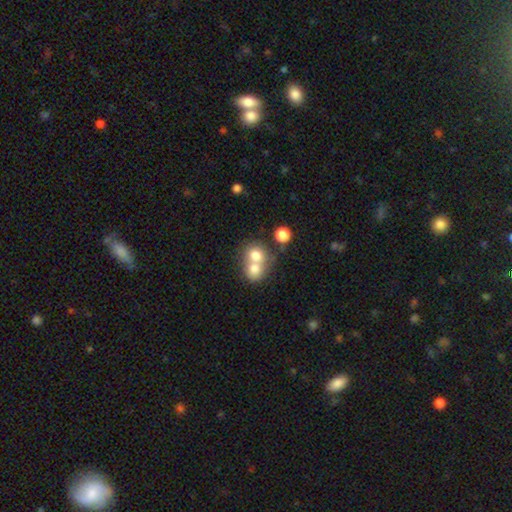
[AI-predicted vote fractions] Overall: smooth (74%). How rounded: round (70%). Merging: merger (67%).